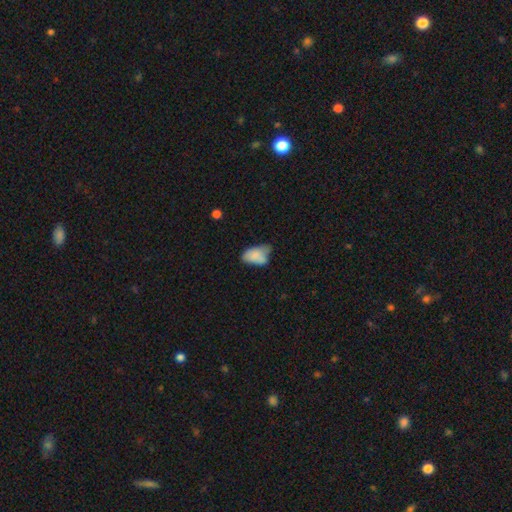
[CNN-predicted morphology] smooth 77%, featured or disk 14%, star or artifact 9%. Down the decision tree: how rounded — in between (91%); merging — minor disturbance (39%).